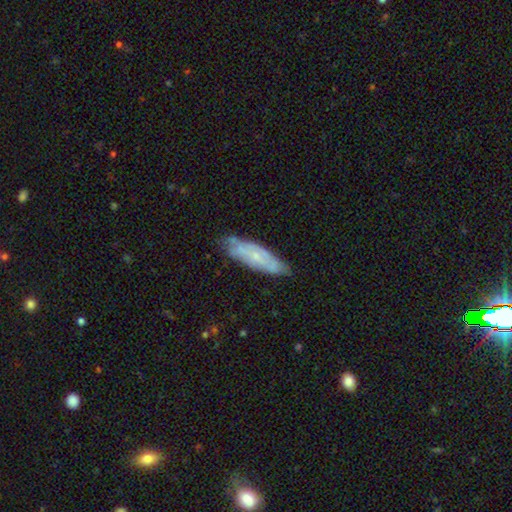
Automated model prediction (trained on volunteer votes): Smooth or featured? Predicted: featured or disk (p=0.52). Edge-on disk? Predicted: no (p=0.74). Merging? Predicted: none (p=0.71).